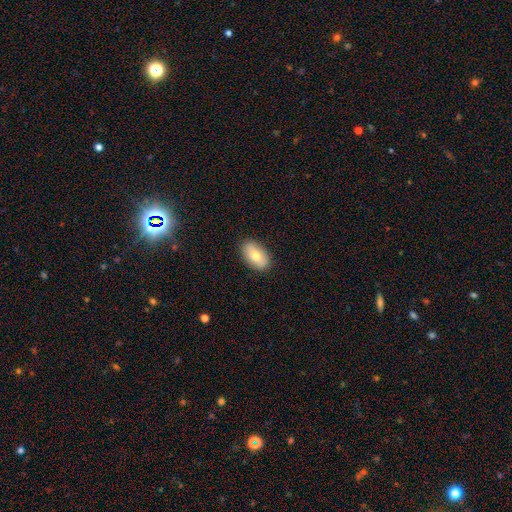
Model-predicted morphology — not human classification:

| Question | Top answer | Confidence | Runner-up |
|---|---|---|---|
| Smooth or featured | smooth | 72% | featured or disk (21%) |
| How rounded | in between | 91% | round (7%) |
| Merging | none | 88% | minor disturbance (9%) |